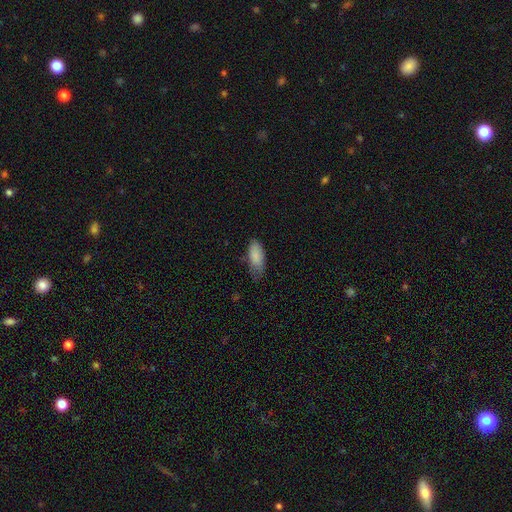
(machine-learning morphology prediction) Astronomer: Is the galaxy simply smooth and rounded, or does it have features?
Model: smooth — 87%.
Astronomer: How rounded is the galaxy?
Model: in between — 84%.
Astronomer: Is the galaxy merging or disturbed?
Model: none — 52% (runner-up: minor disturbance, 38%).